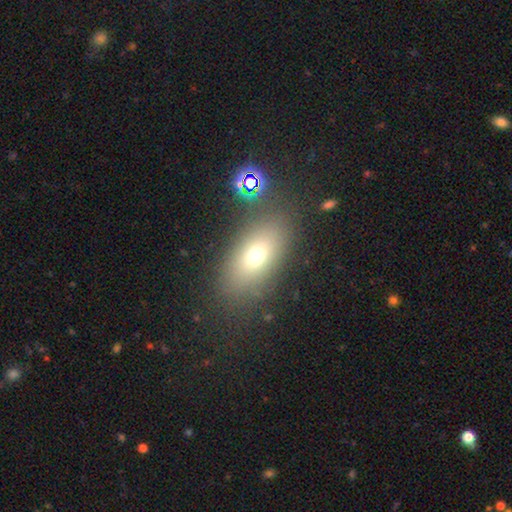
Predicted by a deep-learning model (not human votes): smooth_or_featured: smooth (p=0.68) [alt: featured or disk p=0.18]
how_rounded: in between (p=0.84) [alt: round p=0.09]
merging: none (p=0.80) [alt: minor disturbance p=0.11]